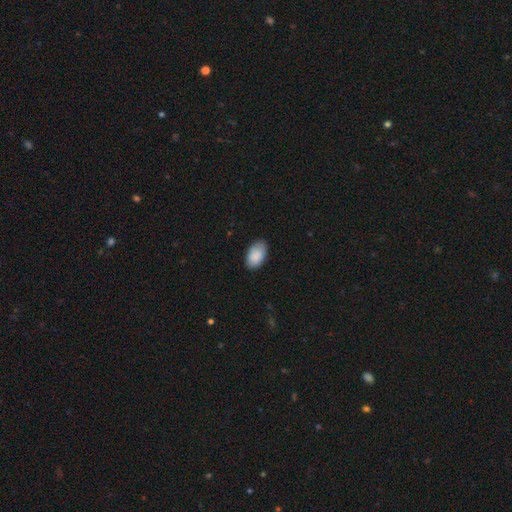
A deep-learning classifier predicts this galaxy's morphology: This appears to be a smooth galaxy with no disk features (89%) that is in between round and cigar-shaped (94%). Merging: none (81%).